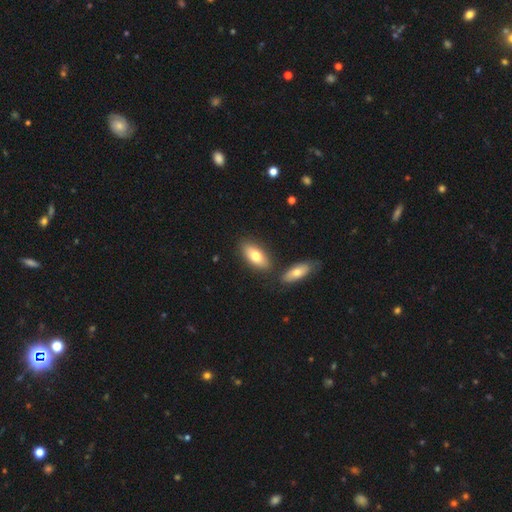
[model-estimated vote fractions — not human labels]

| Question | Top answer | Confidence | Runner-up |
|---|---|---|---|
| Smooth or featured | smooth | 74% | featured or disk (20%) |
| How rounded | in between | 87% | cigar-shaped (11%) |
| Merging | none | 74% | merger (13%) |